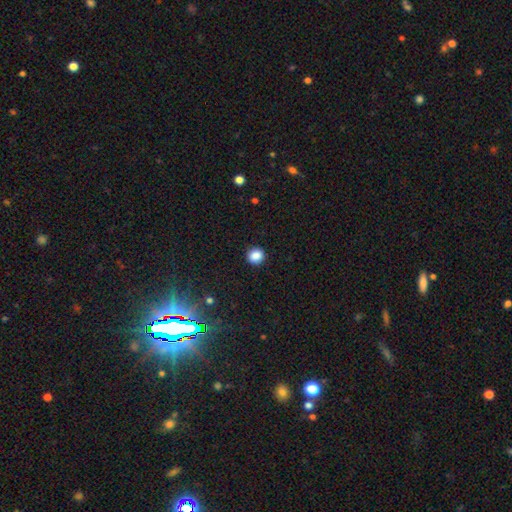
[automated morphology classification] This appears to be a smooth galaxy with no disk features (87%) that is round (89%). Merging: none (92%).